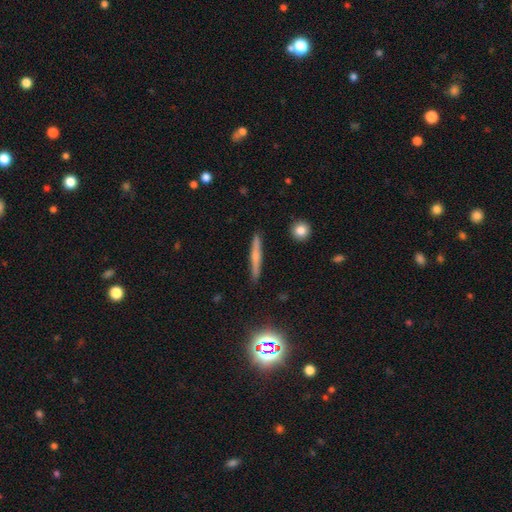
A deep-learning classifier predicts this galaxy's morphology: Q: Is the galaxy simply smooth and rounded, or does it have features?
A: smooth — 50%.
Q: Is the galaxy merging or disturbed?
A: none — 89%.